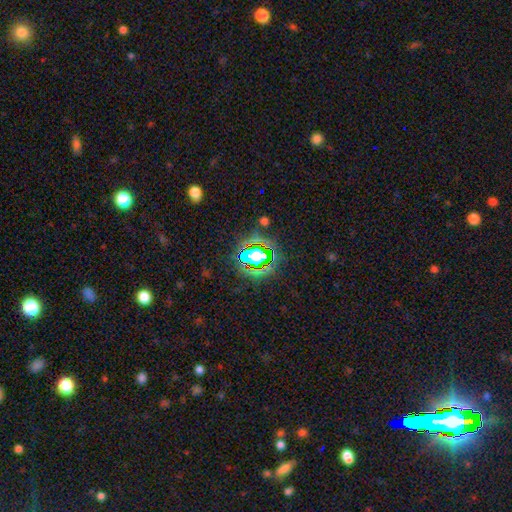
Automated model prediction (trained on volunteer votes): Smooth or featured?
  - star or artifact: 61% *
  - smooth: 25%
  - featured or disk: 14%